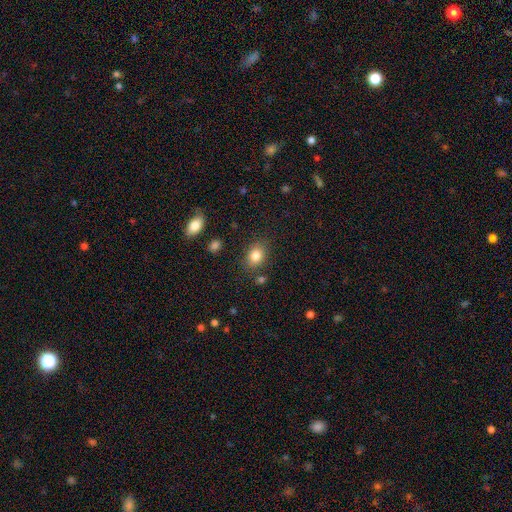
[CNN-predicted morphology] smooth_or_featured: smooth (p=0.84) [alt: star or artifact p=0.10]
how_rounded: in between (p=0.64) [alt: round p=0.35]
merging: none (p=0.79) [alt: minor disturbance p=0.13]